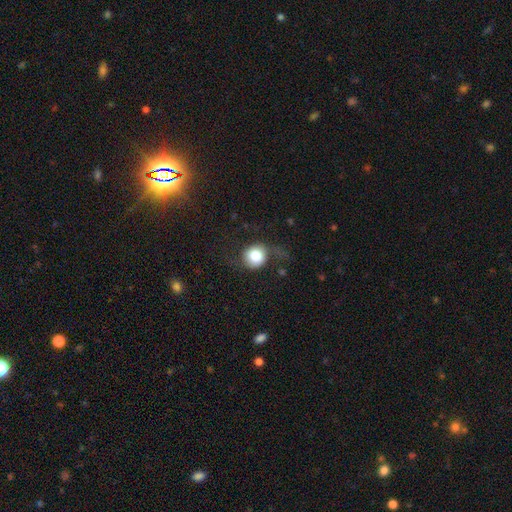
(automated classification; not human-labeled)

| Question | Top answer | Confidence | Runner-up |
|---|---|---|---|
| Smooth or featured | smooth | 69% | featured or disk (22%) |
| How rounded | round | 84% | in between (15%) |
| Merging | none | 55% | minor disturbance (23%) |